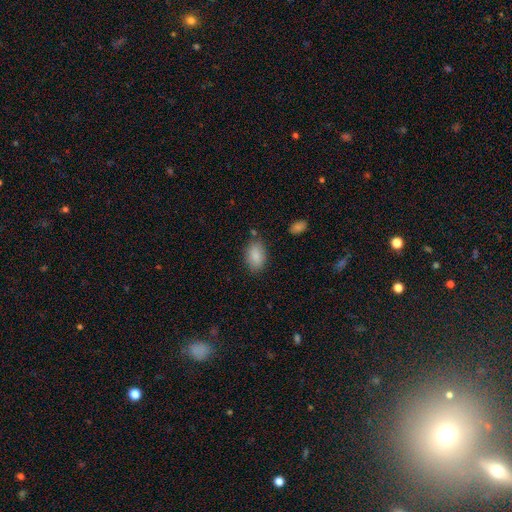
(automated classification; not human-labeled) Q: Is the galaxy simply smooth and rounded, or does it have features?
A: smooth — 88%.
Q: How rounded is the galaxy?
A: in between — 91%.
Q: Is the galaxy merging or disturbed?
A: none — 78%.